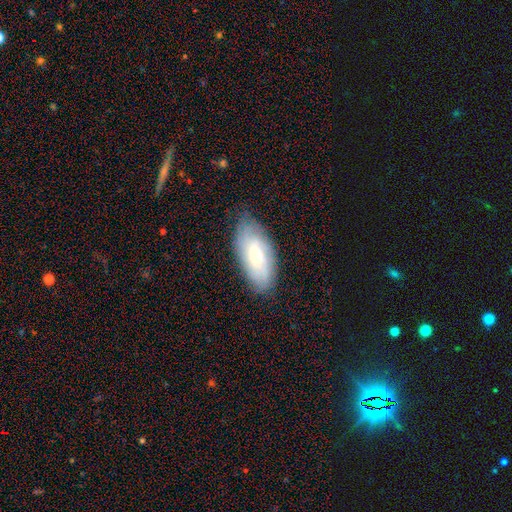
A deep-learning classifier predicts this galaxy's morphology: Overall: smooth (53%; featured or disk 40%). How rounded: in between (87%). Merging: none (78%).